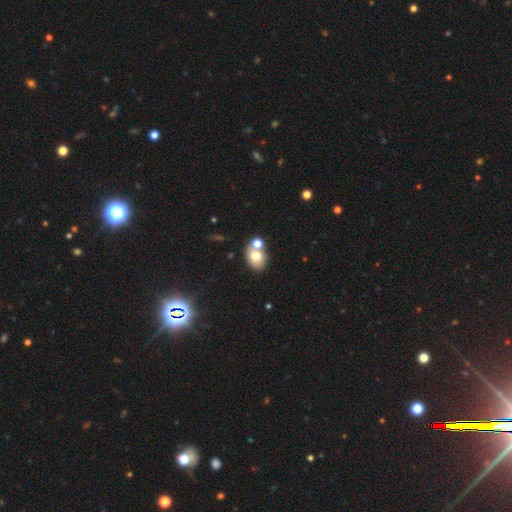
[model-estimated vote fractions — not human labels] Q: Smooth or featured?
A: smooth (71%); runner-up: featured or disk (18%)
Q: How rounded?
A: in between (61%); runner-up: round (38%)
Q: Merging?
A: none (49%); runner-up: merger (37%)